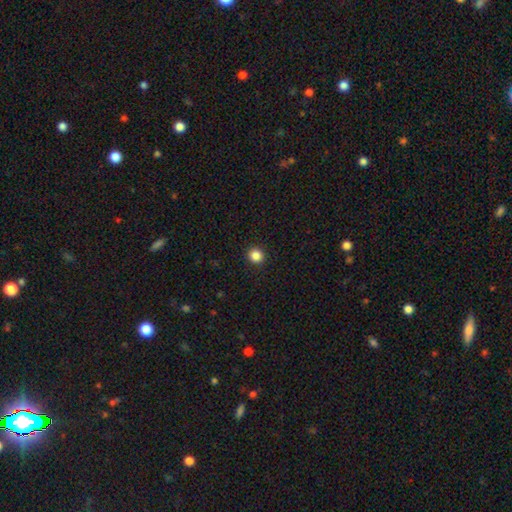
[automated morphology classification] smooth_or_featured: smooth (p=0.86) [alt: star or artifact p=0.11]
how_rounded: round (p=0.92) [alt: in between p=0.07]
merging: none (p=0.93) [alt: minor disturbance p=0.04]